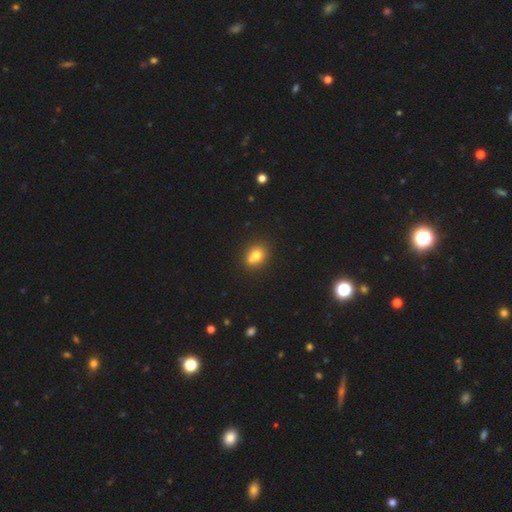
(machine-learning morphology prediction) type=smooth (72%); roundness=round (57%); merging=none (49%).